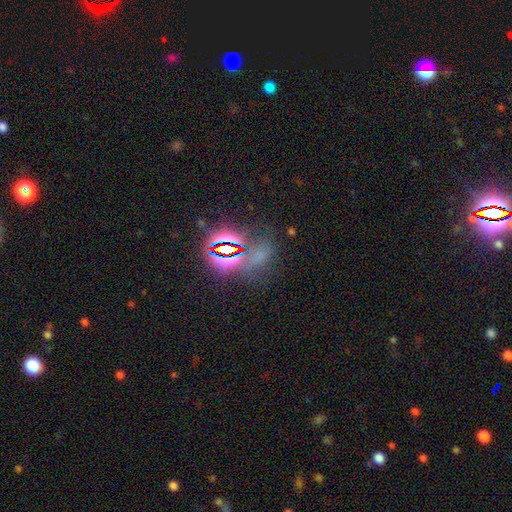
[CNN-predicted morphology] smooth-or-featured: star or artifact: 66% | smooth: 23% | featured or disk: 11%